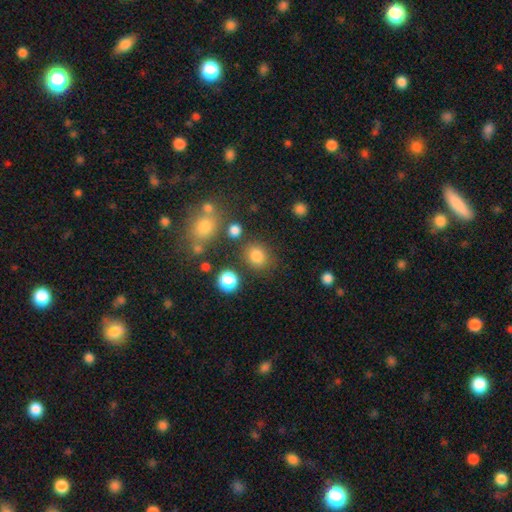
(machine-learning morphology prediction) Q: Smooth or featured?
A: smooth (81%); runner-up: star or artifact (13%)
Q: How rounded?
A: round (67%); runner-up: in between (32%)
Q: Merging?
A: none (78%); runner-up: minor disturbance (11%)